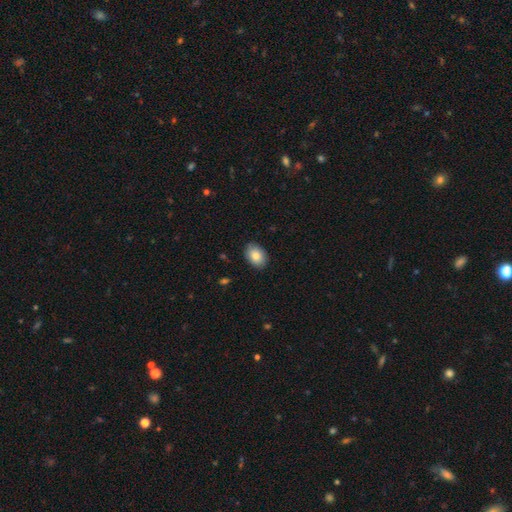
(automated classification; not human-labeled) A smooth galaxy with no disk features (85%) that is in between round and cigar-shaped (80%).

Vote fractions:
- Smooth or featured? smooth: 85% / featured or disk: 8% / star or artifact: 7%
- How rounded? in between: 80% / round: 19% / cigar-shaped: 1%
- Merging? none: 87% / minor disturbance: 11% / major disturbance: 2% / merger: 1%